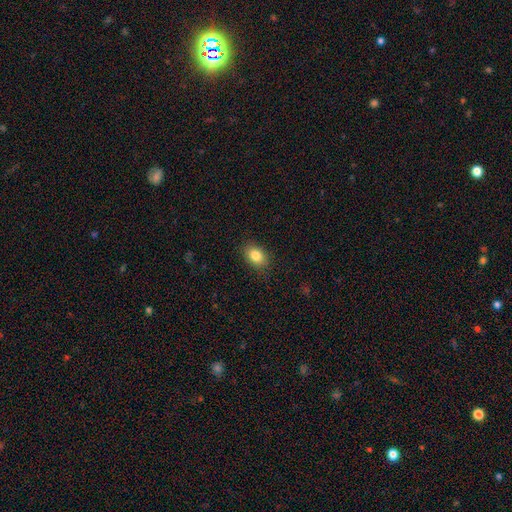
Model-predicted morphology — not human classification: smooth 84%, star or artifact 9%, featured or disk 7%. Down the decision tree: how rounded — in between (81%); merging — none (87%).